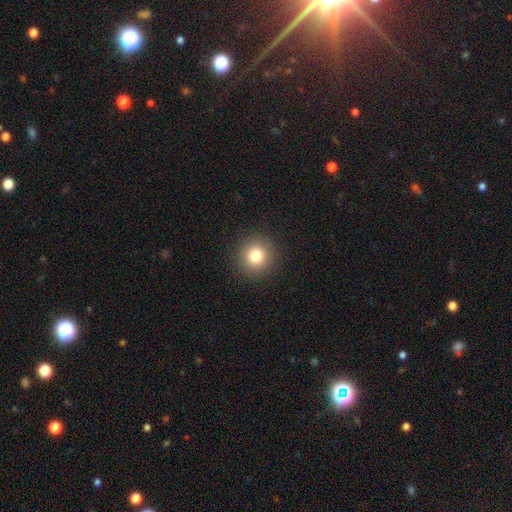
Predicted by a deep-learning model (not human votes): smooth 80%, star or artifact 12%, featured or disk 8%. Down the decision tree: how rounded — round (93%); merging — none (91%).